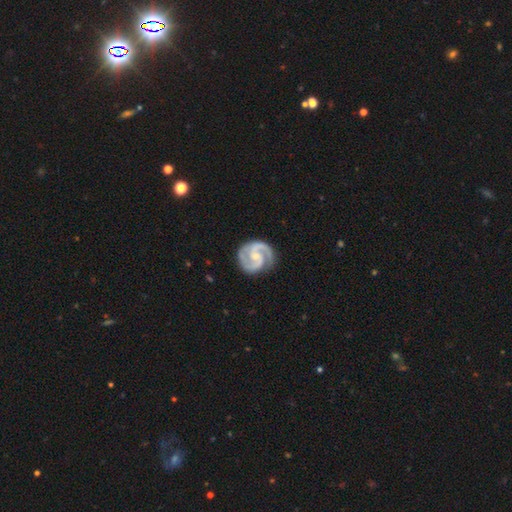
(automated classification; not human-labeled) Q: Smooth or featured?
A: featured or disk (93%); runner-up: smooth (4%)
Q: Edge-on disk?
A: no (98%); runner-up: yes (2%)
Q: Bar?
A: no (48%); runner-up: weak (40%)
Q: Spiral arms?
A: yes (99%); runner-up: no (1%)
Q: Spiral winding?
A: medium (51%); runner-up: tight (43%)
Q: Spiral arm count?
A: 2 (92%); runner-up: 3 (3%)
Q: Bulge size?
A: small (60%); runner-up: moderate (27%)
Q: Merging?
A: none (83%); runner-up: minor disturbance (13%)